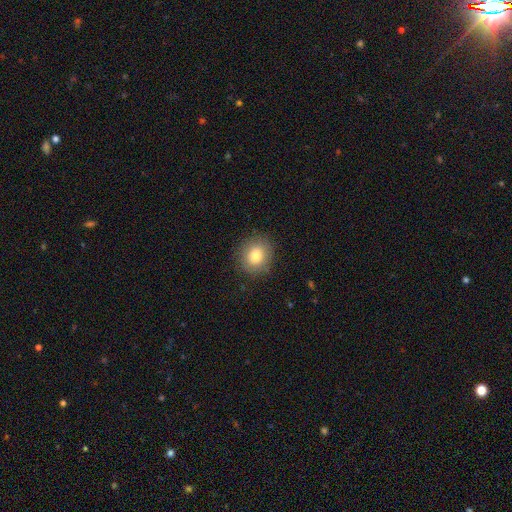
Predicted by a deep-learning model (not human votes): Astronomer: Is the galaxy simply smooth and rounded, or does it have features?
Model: smooth — 80%.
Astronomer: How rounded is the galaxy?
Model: round — 72%.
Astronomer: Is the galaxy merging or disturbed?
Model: none — 86%.